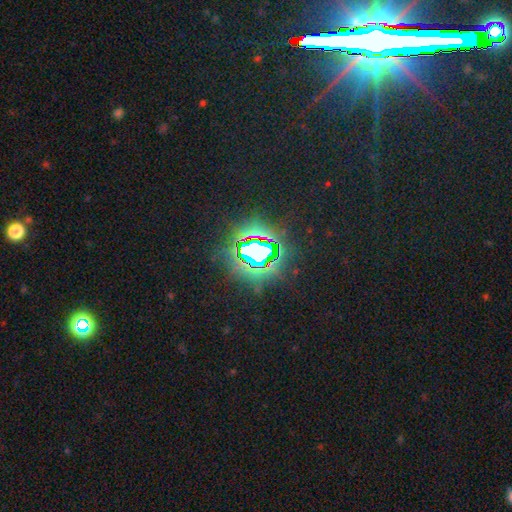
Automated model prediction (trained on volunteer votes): Q: Smooth or featured?
A: star or artifact (80%); runner-up: smooth (11%)